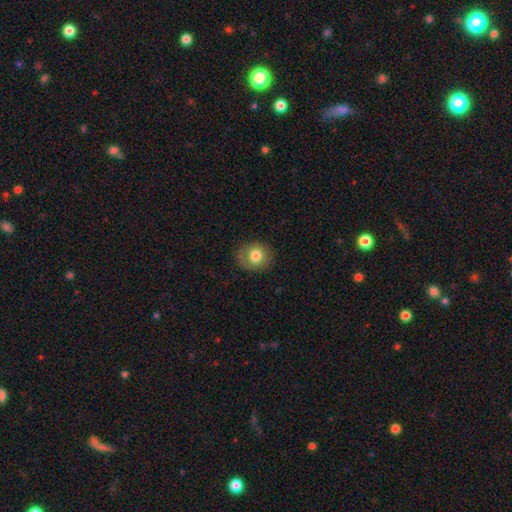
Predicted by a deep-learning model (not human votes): Smooth or featured? Predicted: smooth (p=0.76). How rounded? Predicted: round (p=0.67). Merging? Predicted: none (p=0.82).